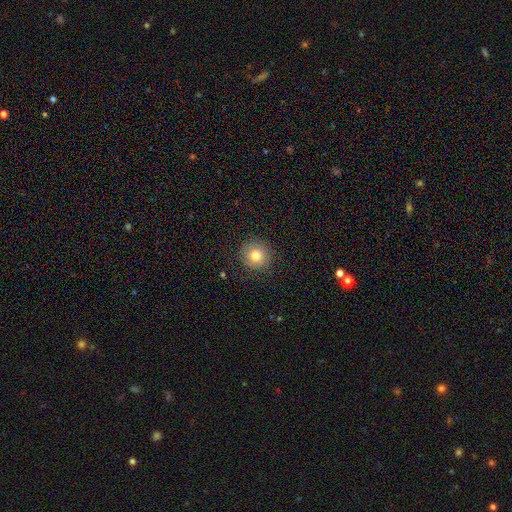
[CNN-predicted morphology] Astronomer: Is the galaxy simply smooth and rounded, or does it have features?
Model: smooth — 78%.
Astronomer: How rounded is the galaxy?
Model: round — 94%.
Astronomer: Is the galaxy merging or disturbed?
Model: none — 88%.